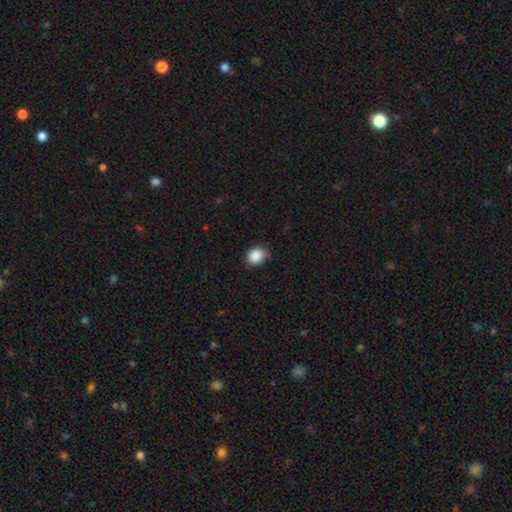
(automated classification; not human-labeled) This appears to be a smooth galaxy with no disk features (87%) that is round (59%). Merging: none (76%).